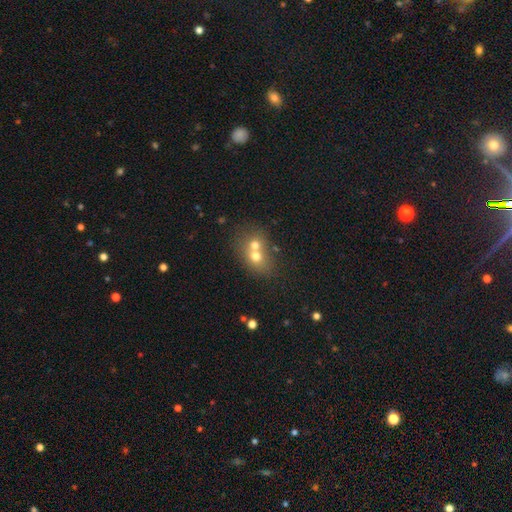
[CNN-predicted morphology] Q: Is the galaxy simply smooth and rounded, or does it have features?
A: smooth — 64%.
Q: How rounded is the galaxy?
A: round — 54%.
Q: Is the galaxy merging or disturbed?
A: merger — 63%.